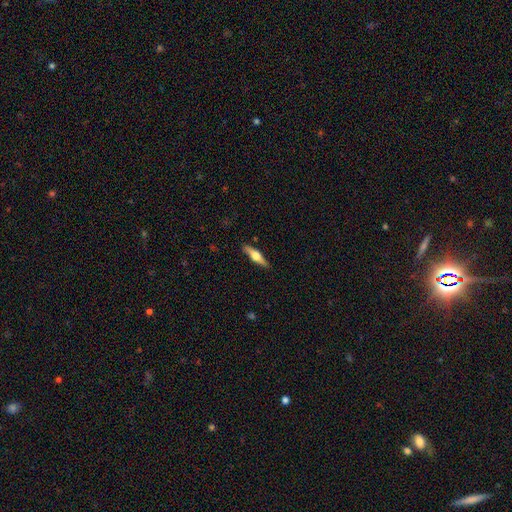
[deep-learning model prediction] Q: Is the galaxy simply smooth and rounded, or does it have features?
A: featured or disk — 58%.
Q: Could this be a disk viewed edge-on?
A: yes — 95%.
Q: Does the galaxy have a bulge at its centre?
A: rounded — 93%.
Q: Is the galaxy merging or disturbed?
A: none — 89%.